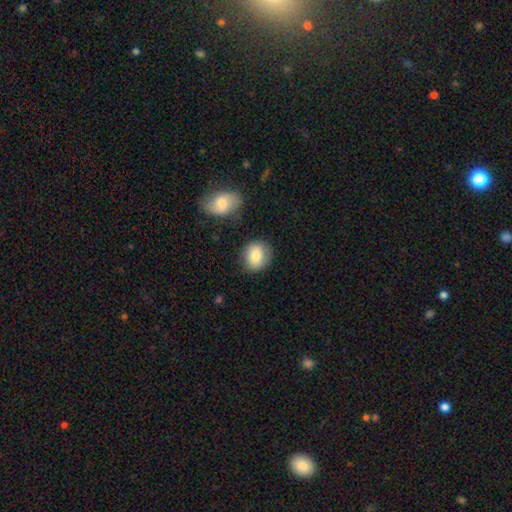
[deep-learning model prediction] Smooth or featured?
  - smooth: 80% *
  - featured or disk: 13%
  - star or artifact: 7%
How rounded?
  - round: 72% *
  - in between: 27%
  - cigar-shaped: 1%
Merging?
  - none: 78% *
  - minor disturbance: 13%
  - merger: 5%
  - major disturbance: 3%